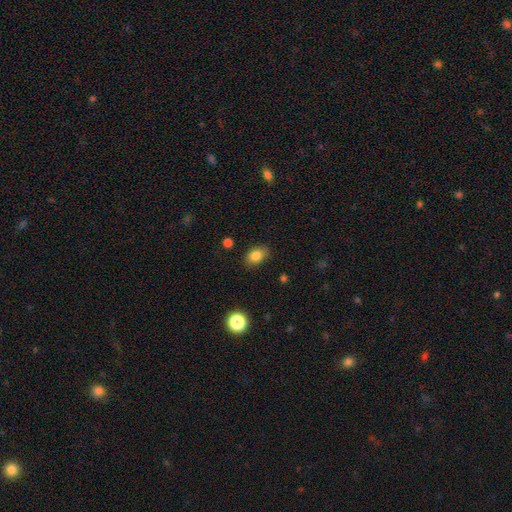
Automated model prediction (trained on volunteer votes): smooth_or_featured: smooth (p=0.83) [alt: star or artifact p=0.09]
how_rounded: in between (p=0.81) [alt: round p=0.18]
merging: none (p=0.83) [alt: minor disturbance p=0.13]